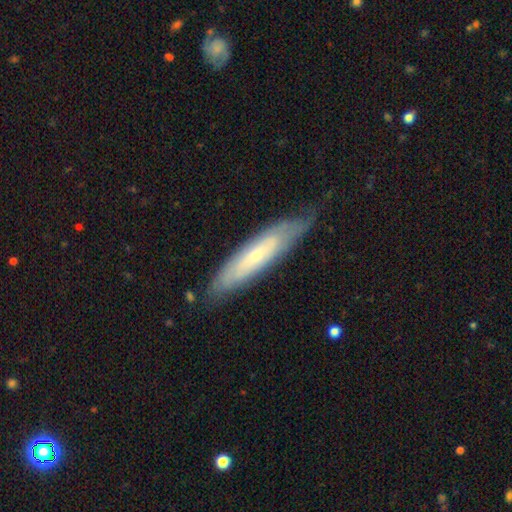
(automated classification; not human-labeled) Smooth or featured?
  - featured or disk: 52% *
  - smooth: 42%
  - star or artifact: 6%
Edge-on disk?
  - yes: 53% *
  - no: 47%
Merging?
  - none: 72% *
  - minor disturbance: 21%
  - major disturbance: 5%
  - merger: 1%